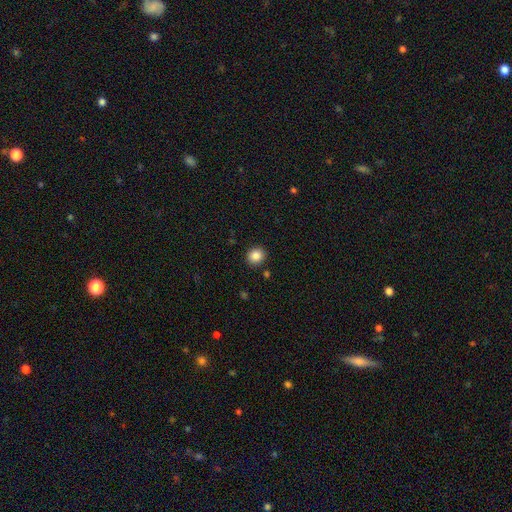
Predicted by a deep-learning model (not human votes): Overall: smooth (86%). How rounded: round (82%). Merging: none (90%).